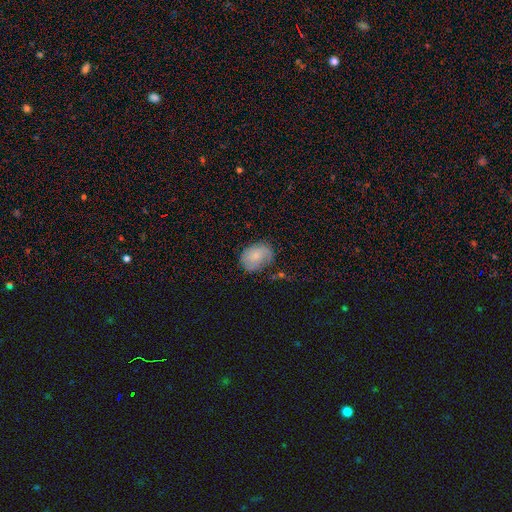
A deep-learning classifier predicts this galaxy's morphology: Smooth or featured?
  - smooth: 74% *
  - featured or disk: 19%
  - star or artifact: 8%
How rounded?
  - in between: 65% *
  - round: 34%
  - cigar-shaped: 1%
Merging?
  - none: 66% *
  - minor disturbance: 25%
  - major disturbance: 7%
  - merger: 2%